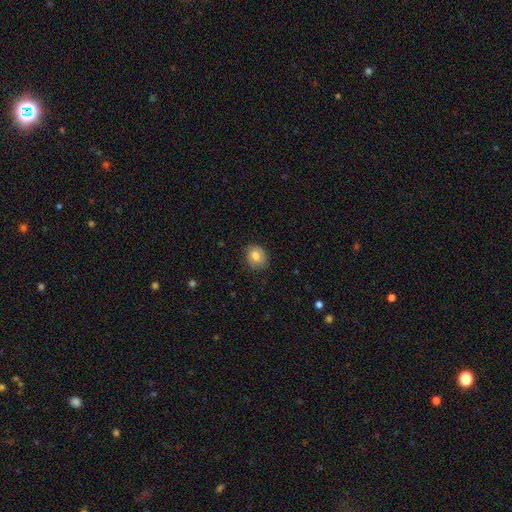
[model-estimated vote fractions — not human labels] This appears to be a smooth galaxy with no disk features (78%) that is round (69%). Merging: none (83%).